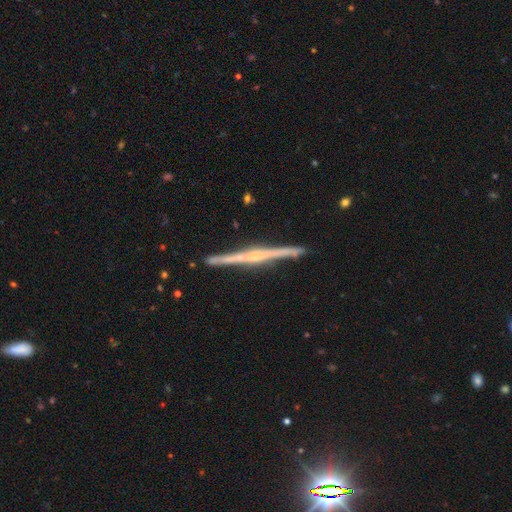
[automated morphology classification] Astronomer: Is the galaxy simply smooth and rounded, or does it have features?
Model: featured or disk — 83%.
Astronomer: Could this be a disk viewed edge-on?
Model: yes — 98%.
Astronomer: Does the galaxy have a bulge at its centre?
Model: rounded — 55%.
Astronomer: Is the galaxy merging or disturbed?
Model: none — 91%.